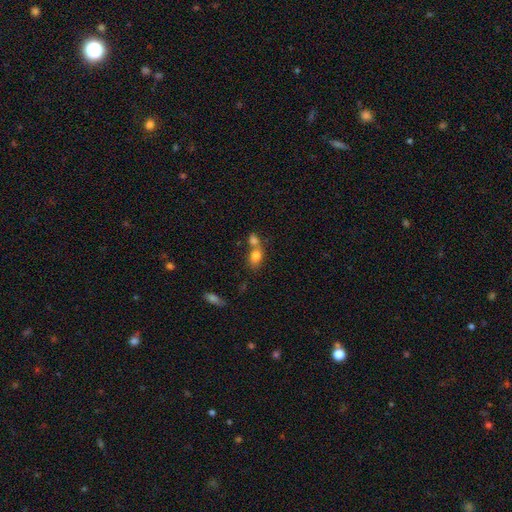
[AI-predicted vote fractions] A smooth galaxy with no disk features (80%) that is in between round and cigar-shaped (70%). Merging: merger (57%).